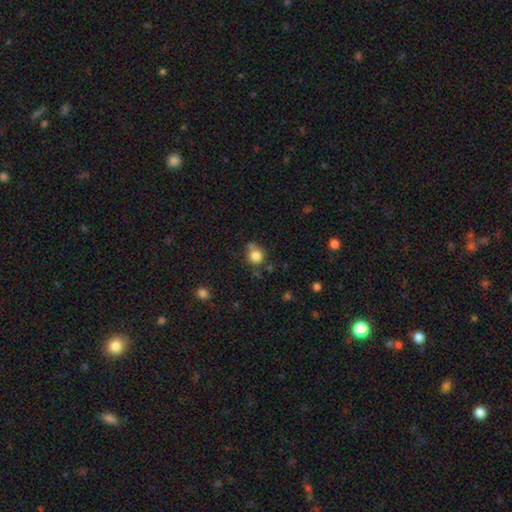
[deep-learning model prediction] This appears to be a smooth galaxy with no disk features (82%) that is round (85%). Merging: none (63%).